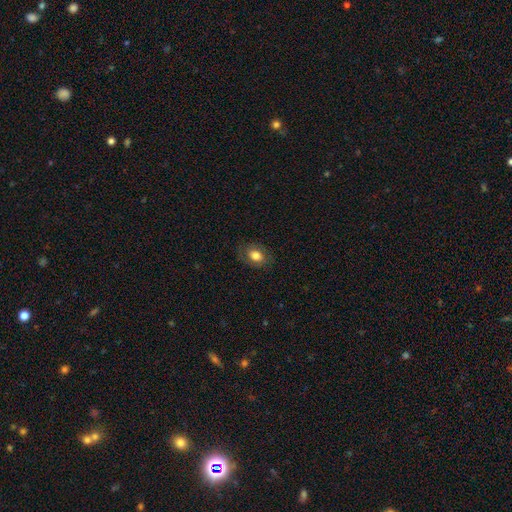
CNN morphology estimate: This appears to be a smooth galaxy with no disk features (68%) that is in between round and cigar-shaped (72%). Merging: none (80%).